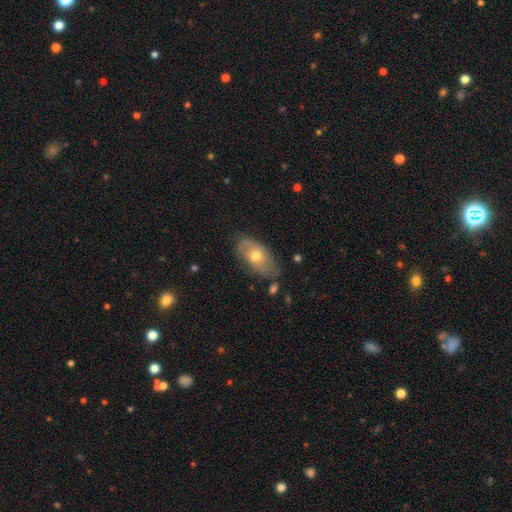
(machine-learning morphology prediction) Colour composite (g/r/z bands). It shows a featured or disk galaxy (54%). Merging: none (70%).